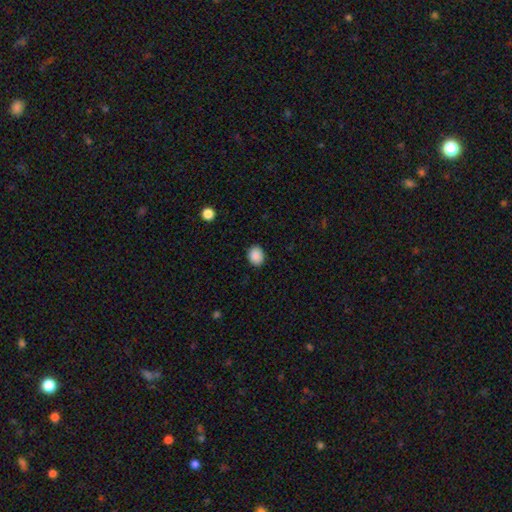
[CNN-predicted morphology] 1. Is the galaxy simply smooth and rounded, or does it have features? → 89% smooth, 9% star or artifact, 2% featured or disk.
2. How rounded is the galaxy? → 57% round, 42% in between, 1% cigar-shaped.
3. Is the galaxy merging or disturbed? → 89% none, 8% minor disturbance, 2% major disturbance, 1% merger.